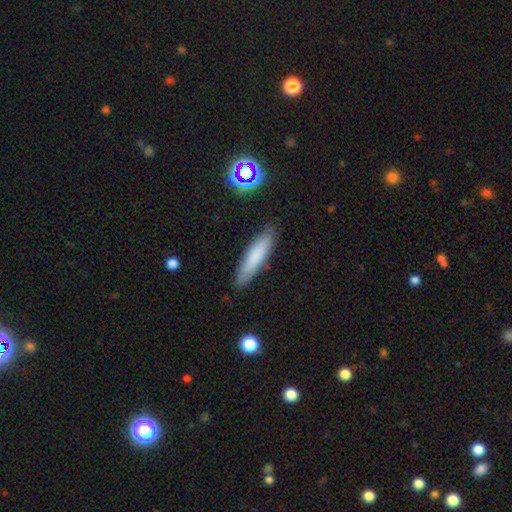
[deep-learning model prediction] smooth 77%, featured or disk 15%, star or artifact 8%. Down the decision tree: how rounded — cigar-shaped (79%); merging — none (86%).